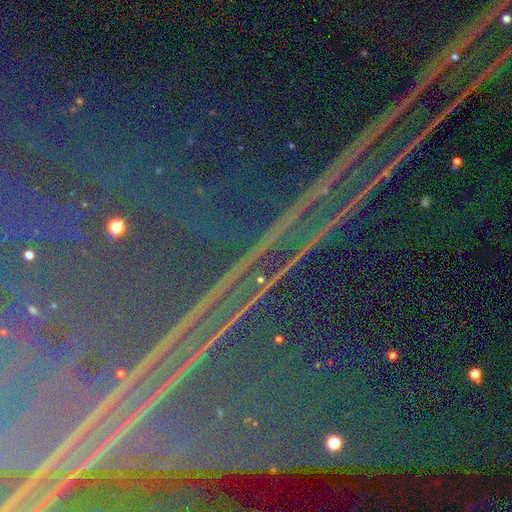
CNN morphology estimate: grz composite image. It shows a star or artifact, not a galaxy (90%).